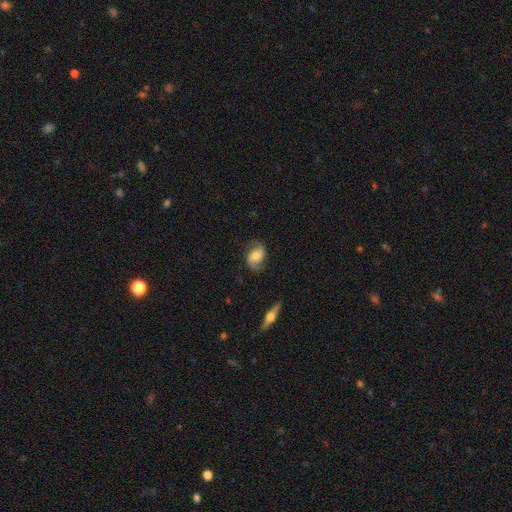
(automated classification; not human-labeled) Smooth or featured?
  - featured or disk: 62% *
  - smooth: 31%
  - star or artifact: 8%
Edge-on disk?
  - no: 95% *
  - yes: 5%
Bar?
  - no: 48% *
  - weak: 37%
  - strong: 15%
Spiral arms?
  - yes: 91% *
  - no: 9%
Spiral winding?
  - loose: 48% *
  - medium: 37%
  - tight: 15%
Spiral arm count?
  - 2: 90% *
  - can't tell: 5%
  - 1: 3%
  - 3: 1%
  - 4: 1%
  - more than 4: 1%
Bulge size?
  - moderate: 48% *
  - small: 27%
  - large: 15%
  - none: 6%
  - dominant: 3%
Merging?
  - none: 73% *
  - minor disturbance: 19%
  - major disturbance: 6%
  - merger: 2%